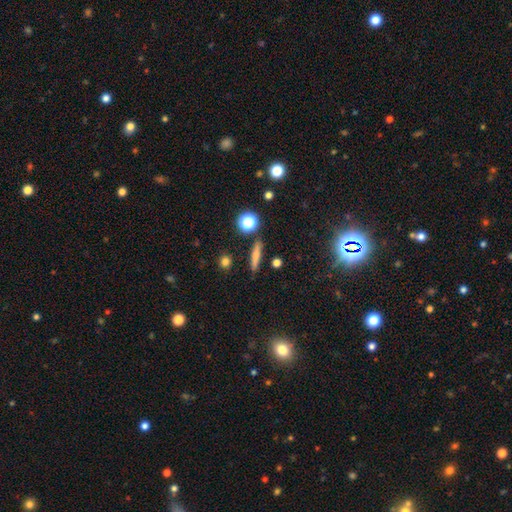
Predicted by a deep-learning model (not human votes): The model was most divided on "smooth or featured": smooth: 68%, featured or disk: 20%, star or artifact: 12%. More confident: merging — none (86%); how rounded — cigar-shaped (77%).